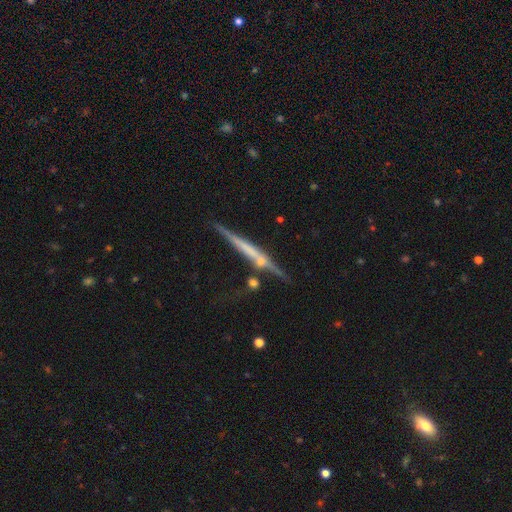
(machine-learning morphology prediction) This appears to be a featured or disk galaxy (70%) viewed edge-on (97%) with no central bulge (57%). Merging: none (75%).